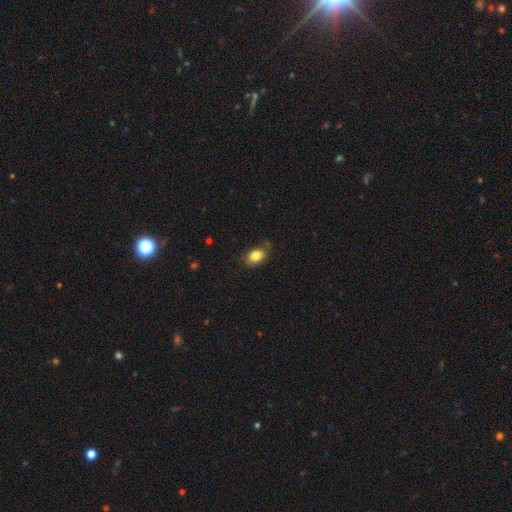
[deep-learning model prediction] This is clearly a smooth galaxy (84%). How rounded: clearly in between (82%). Merging: likely none (77%).